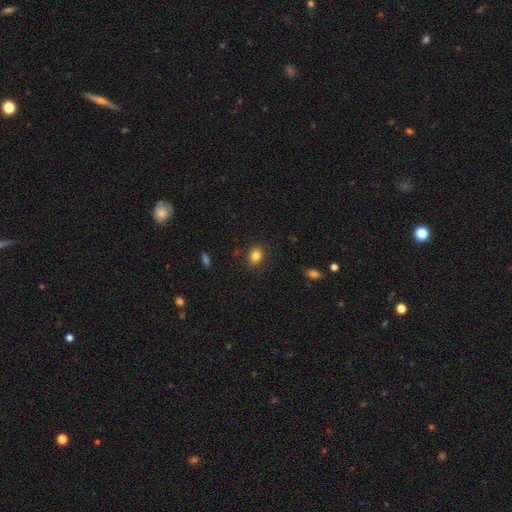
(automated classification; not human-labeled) smooth-or-featured: smooth: 83% | star or artifact: 10% | featured or disk: 7%
  how-rounded: in between: 59% | round: 39% | cigar-shaped: 1%
  merging: none: 87% | minor disturbance: 9% | major disturbance: 3% | merger: 1%